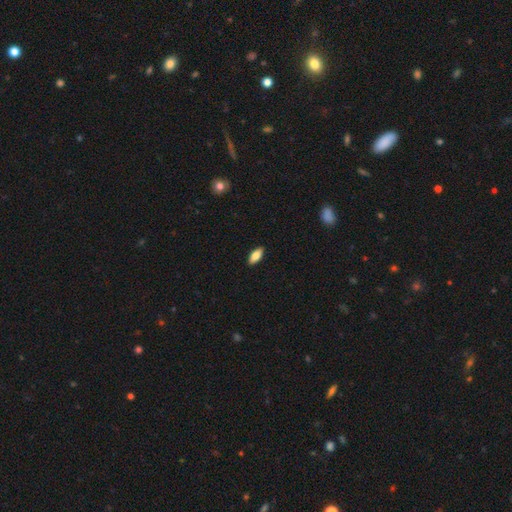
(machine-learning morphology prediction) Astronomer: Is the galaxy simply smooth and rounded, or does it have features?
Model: smooth — 79%.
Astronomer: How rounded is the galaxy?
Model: in between — 85%.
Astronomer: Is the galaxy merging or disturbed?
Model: none — 90%.